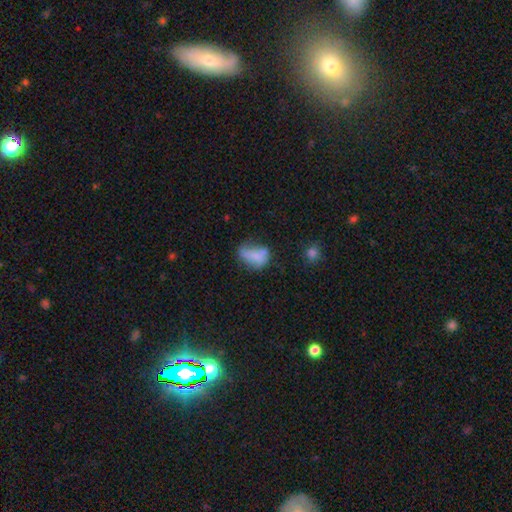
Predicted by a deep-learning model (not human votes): Overall: smooth (61%; featured or disk 28%). How rounded: in between (83%). Merging: none (33%; minor disturbance 30%).